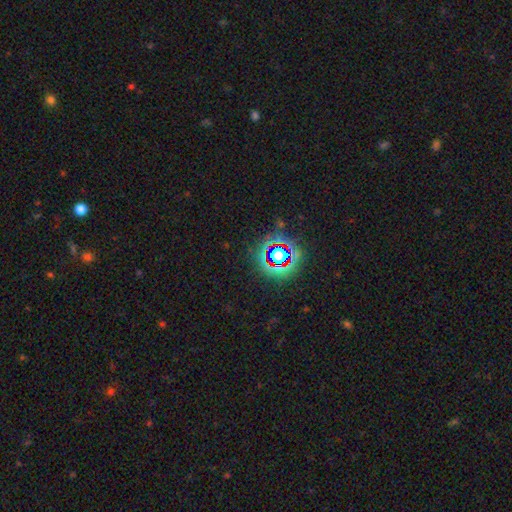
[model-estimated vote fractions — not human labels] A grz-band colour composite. It shows a star or artifact, not a galaxy (75%).